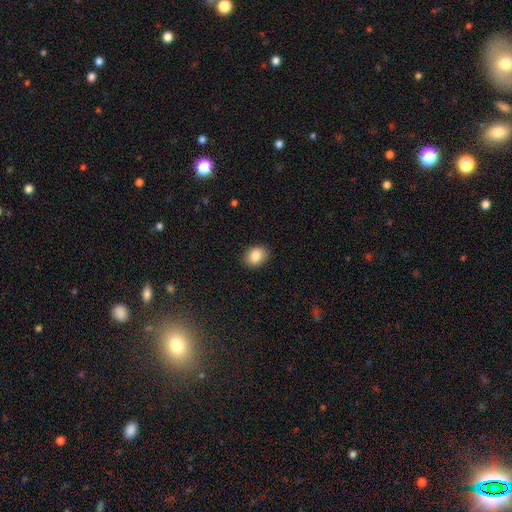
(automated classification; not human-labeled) A smooth galaxy with no disk features (86%) that is in between round and cigar-shaped (57%).

Vote fractions:
- Smooth or featured? smooth: 86% / star or artifact: 8% / featured or disk: 6%
- How rounded? in between: 57% / round: 42% / cigar-shaped: 1%
- Merging? none: 89% / minor disturbance: 8% / major disturbance: 2% / merger: 1%